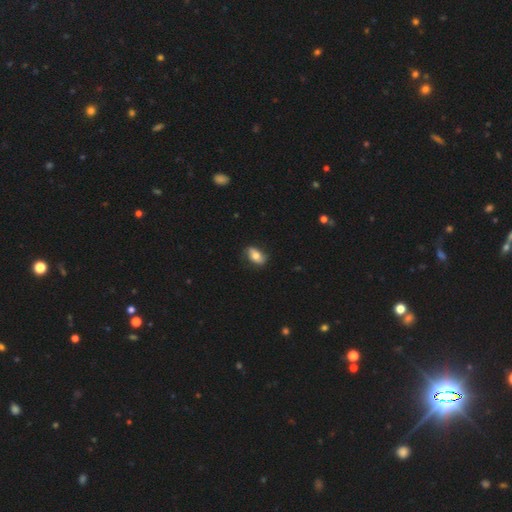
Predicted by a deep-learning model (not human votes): Q: Smooth or featured?
A: smooth (66%); runner-up: featured or disk (27%)
Q: How rounded?
A: in between (88%); runner-up: round (8%)
Q: Merging?
A: none (77%); runner-up: minor disturbance (18%)